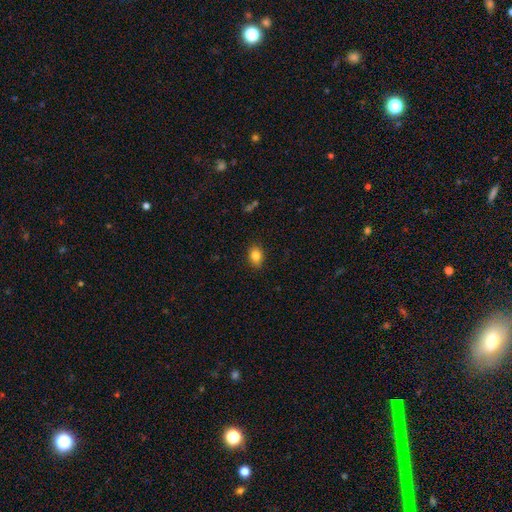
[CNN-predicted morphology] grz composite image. It shows a smooth galaxy with no disk features (84%) that is in between round and cigar-shaped (71%). Merging: none (86%).